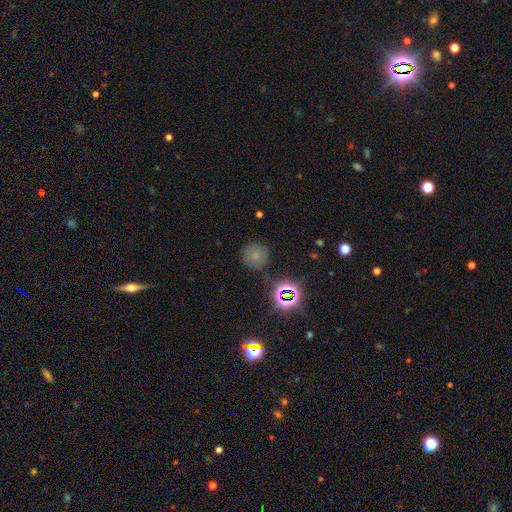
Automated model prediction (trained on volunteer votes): Smooth or featured? smooth (57%)
How rounded? round (93%)
Merging? none (82%)